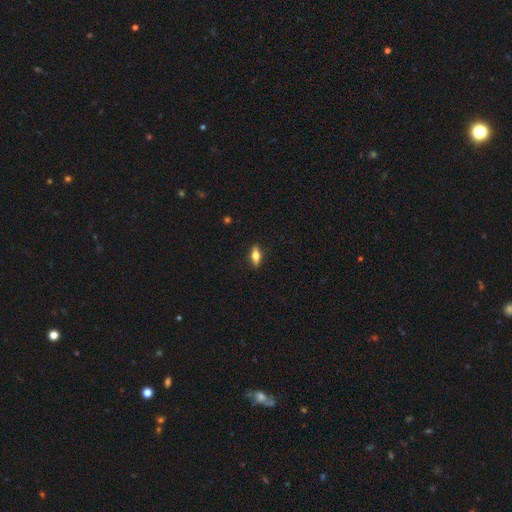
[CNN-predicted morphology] Smooth or featured? smooth (56%)
How rounded? in between (64%)
Merging? none (88%)